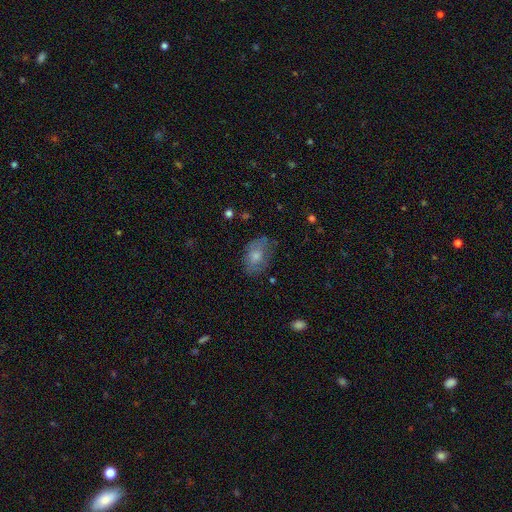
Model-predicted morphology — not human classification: This is possibly a smooth galaxy (53%). How rounded: likely in between (79%). Merging: likely none (71%).